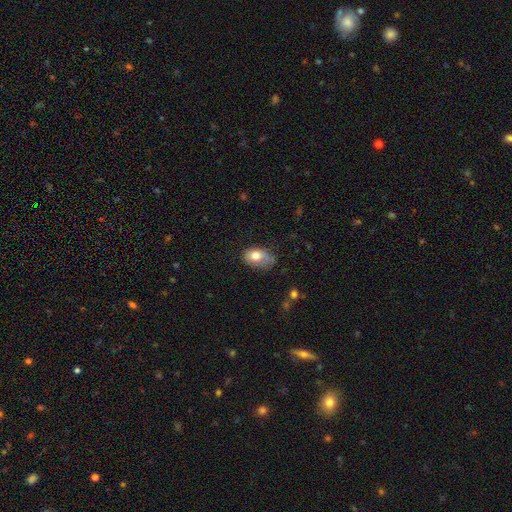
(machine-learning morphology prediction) Overall: smooth (76%). How rounded: in between (87%). Merging: none (41%; minor disturbance 40%).